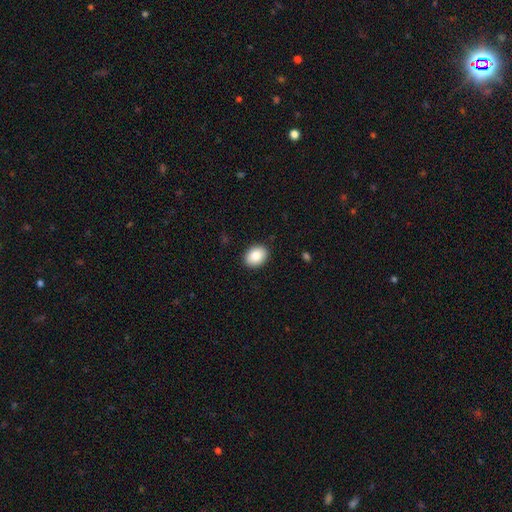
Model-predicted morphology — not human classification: smooth-or-featured: smooth: 86% | star or artifact: 7% | featured or disk: 7%
  how-rounded: in between: 71% | round: 28% | cigar-shaped: 1%
  merging: none: 89% | minor disturbance: 8% | major disturbance: 2% | merger: 1%